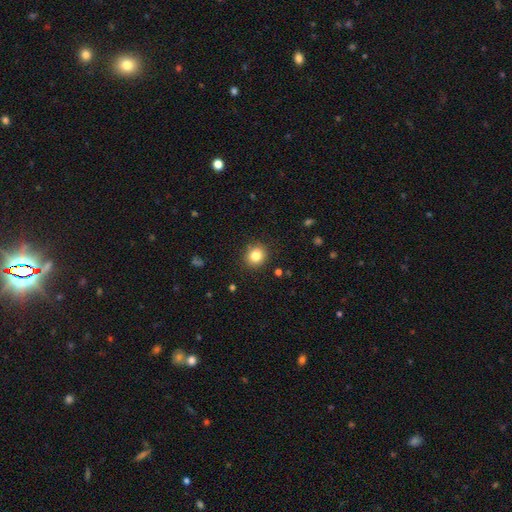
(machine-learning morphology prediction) smooth_or_featured: smooth (p=0.82) [alt: star or artifact p=0.11]
how_rounded: round (p=0.79) [alt: in between p=0.20]
merging: none (p=0.87) [alt: minor disturbance p=0.09]